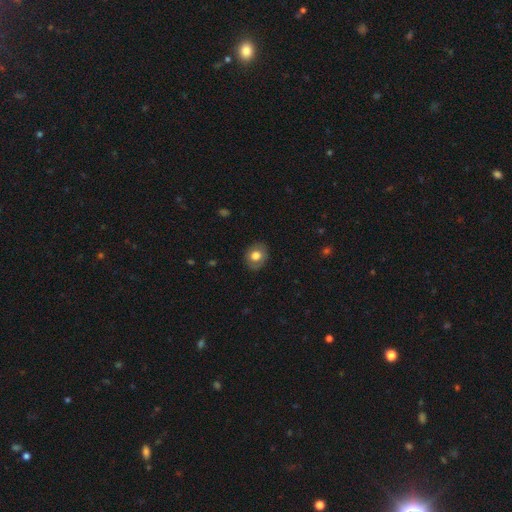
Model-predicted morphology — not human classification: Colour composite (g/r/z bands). It shows a smooth galaxy with no disk features (74%) that is round (65%). Merging: none (85%).